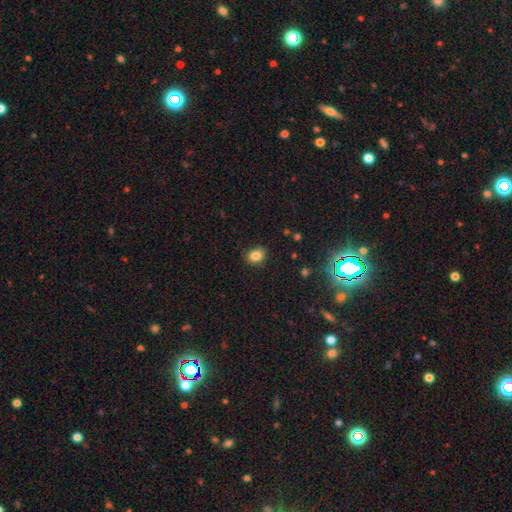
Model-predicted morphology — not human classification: smooth 84%, star or artifact 11%, featured or disk 6%. Down the decision tree: how rounded — round (52%); merging — none (85%).